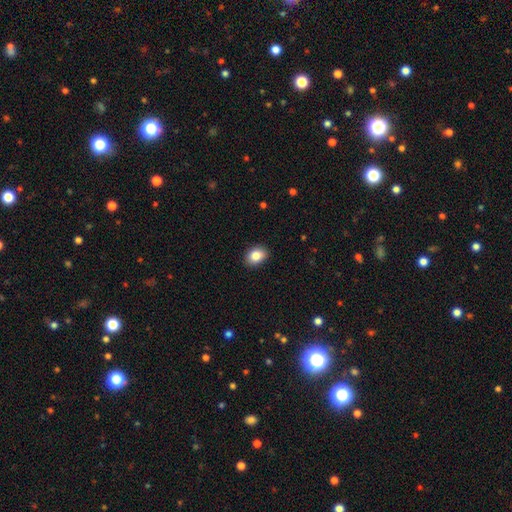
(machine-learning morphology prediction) A smooth galaxy with no disk features (86%) that is in between round and cigar-shaped (73%). Merging: none (88%).